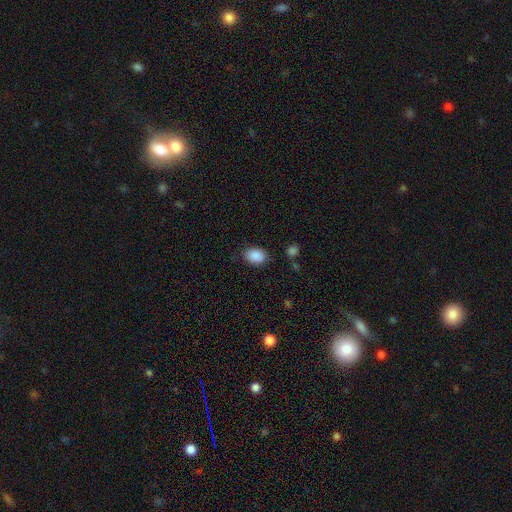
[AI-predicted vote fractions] This appears to be a smooth galaxy with no disk features (89%) that is in between round and cigar-shaped (80%). Merging: none (81%).